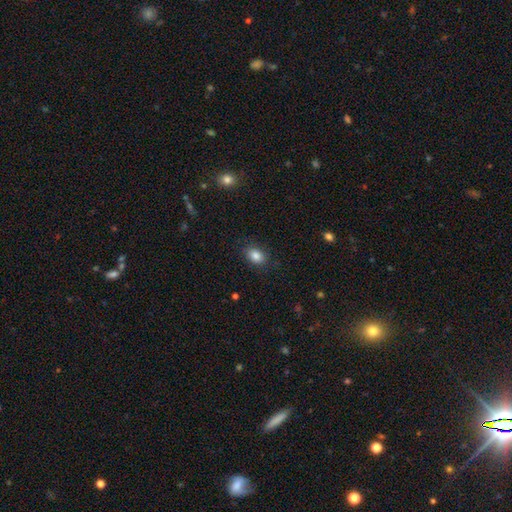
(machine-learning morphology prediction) This appears to be a smooth galaxy with no disk features (85%) that is in between round and cigar-shaped (76%). Merging: none (85%).